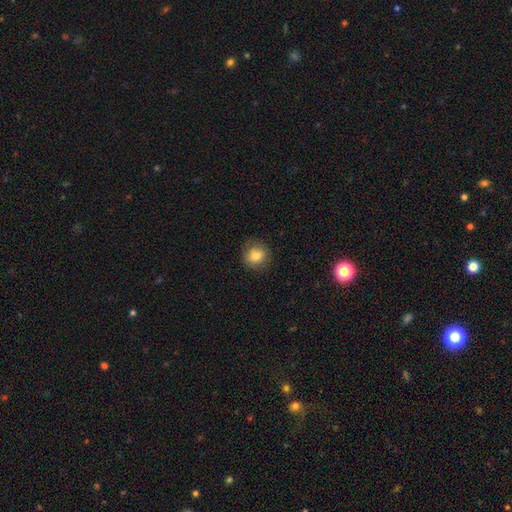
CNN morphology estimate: The model was most divided on "merging": none: 83%, minor disturbance: 13%, major disturbance: 4%, merger: 1%. More confident: how rounded — round (85%); smooth or featured — smooth (82%).